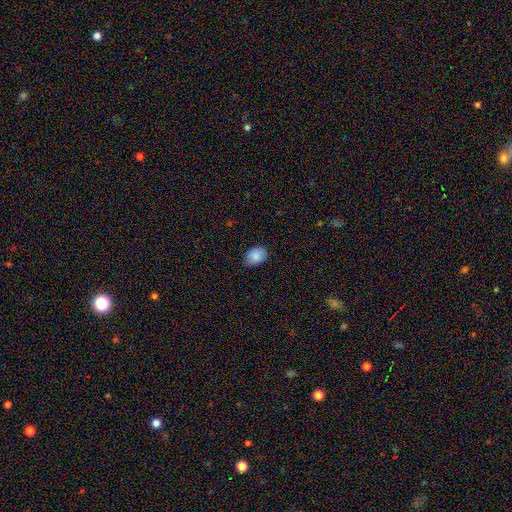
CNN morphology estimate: A smooth galaxy with no disk features (87%) that is in between round and cigar-shaped (72%).

Vote fractions:
- Smooth or featured? smooth: 87% / star or artifact: 7% / featured or disk: 6%
- How rounded? in between: 72% / round: 27% / cigar-shaped: 1%
- Merging? none: 80% / minor disturbance: 16% / major disturbance: 2% / merger: 1%